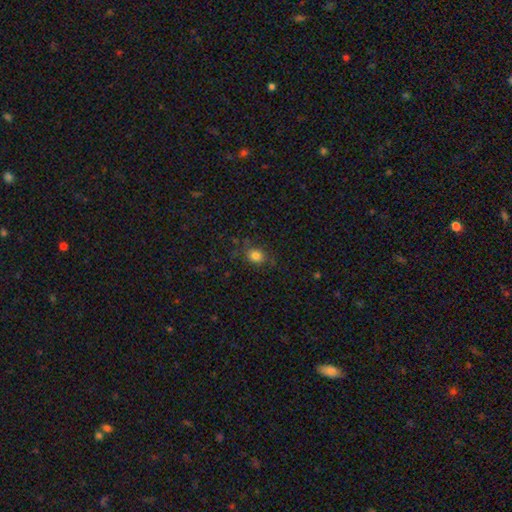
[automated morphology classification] A smooth galaxy with no disk features (81%) that is round (63%).

Vote fractions:
- Smooth or featured? smooth: 81% / star or artifact: 13% / featured or disk: 6%
- How rounded? round: 63% / in between: 36% / cigar-shaped: 1%
- Merging? none: 76% / minor disturbance: 16% / major disturbance: 5% / merger: 3%